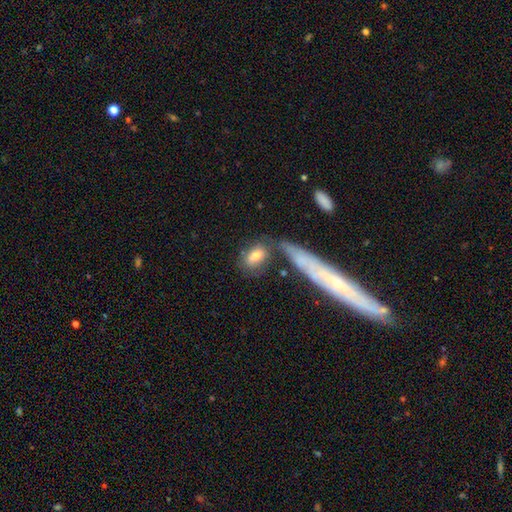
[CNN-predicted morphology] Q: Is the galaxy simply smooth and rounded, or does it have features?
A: smooth — 76%.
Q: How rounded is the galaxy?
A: in between — 76%.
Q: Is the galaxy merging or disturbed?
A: none — 57%.